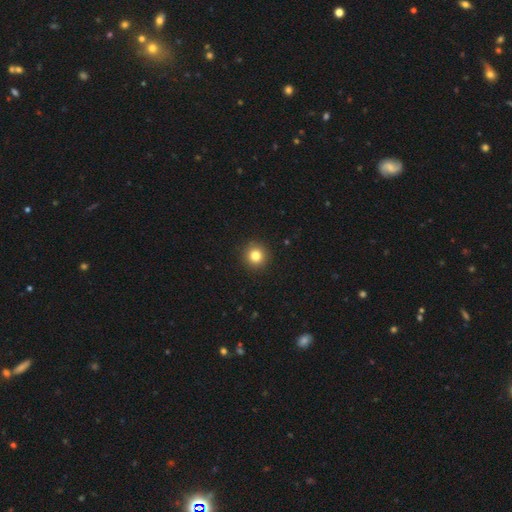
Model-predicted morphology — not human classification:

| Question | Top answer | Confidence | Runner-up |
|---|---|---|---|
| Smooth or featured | smooth | 83% | star or artifact (11%) |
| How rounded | round | 94% | in between (5%) |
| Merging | none | 93% | minor disturbance (5%) |